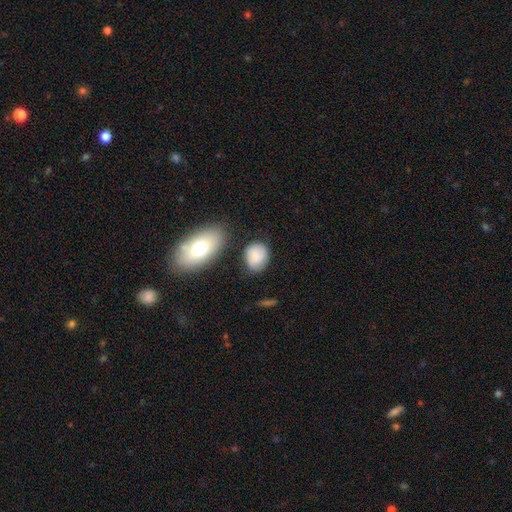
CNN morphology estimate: smooth-or-featured: smooth: 83% | featured or disk: 10% | star or artifact: 7%
  how-rounded: round: 54% | in between: 45% | cigar-shaped: 1%
  merging: none: 73% | minor disturbance: 18% | merger: 5% | major disturbance: 4%